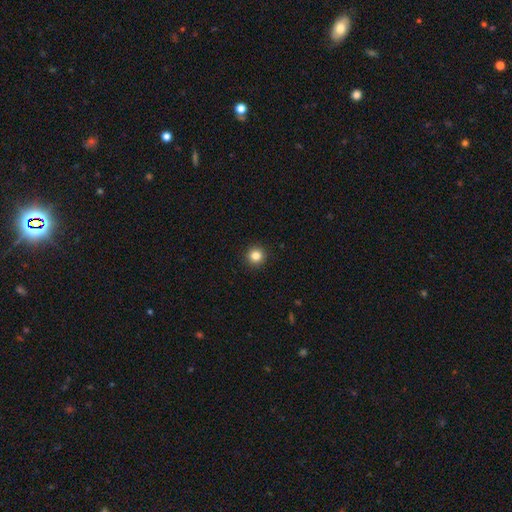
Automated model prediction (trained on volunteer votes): A smooth galaxy with no disk features (84%) that is round (95%). Merging: none (93%).